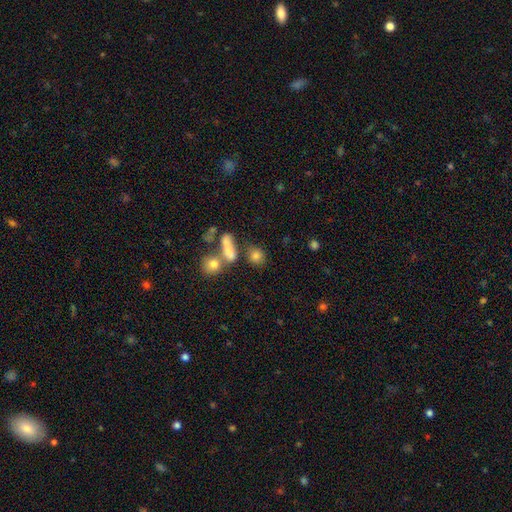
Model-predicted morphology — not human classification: Q: Smooth or featured?
A: smooth (77%); runner-up: star or artifact (13%)
Q: How rounded?
A: round (65%); runner-up: in between (31%)
Q: Merging?
A: none (57%); runner-up: merger (23%)